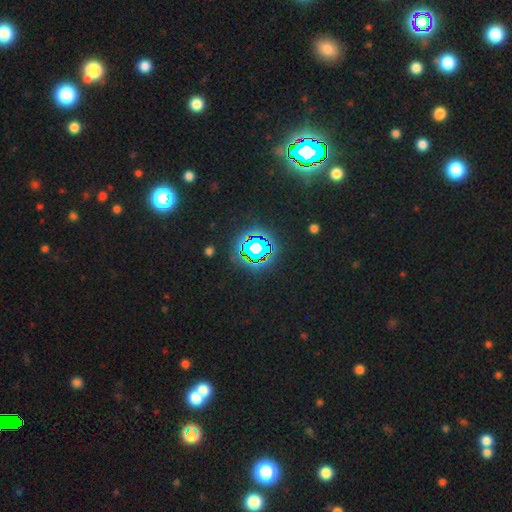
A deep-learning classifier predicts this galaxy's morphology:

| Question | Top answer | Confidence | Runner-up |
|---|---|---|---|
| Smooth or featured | star or artifact | 82% | smooth (12%) |